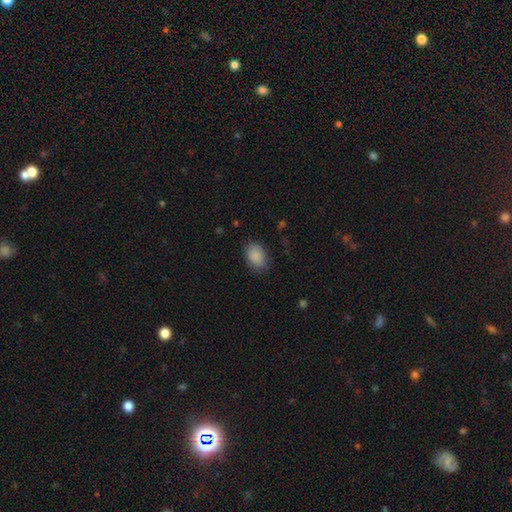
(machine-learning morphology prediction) smooth_or_featured: smooth (p=0.88) [alt: star or artifact p=0.08]
how_rounded: in between (p=0.80) [alt: round p=0.19]
merging: none (p=0.77) [alt: minor disturbance p=0.18]